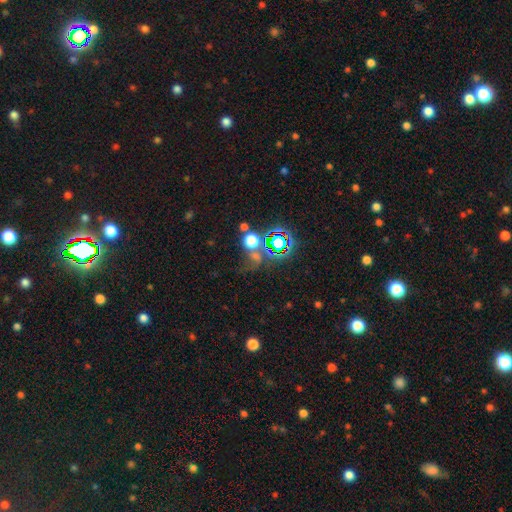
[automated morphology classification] Smooth or featured?
  - star or artifact: 57% *
  - smooth: 30%
  - featured or disk: 12%